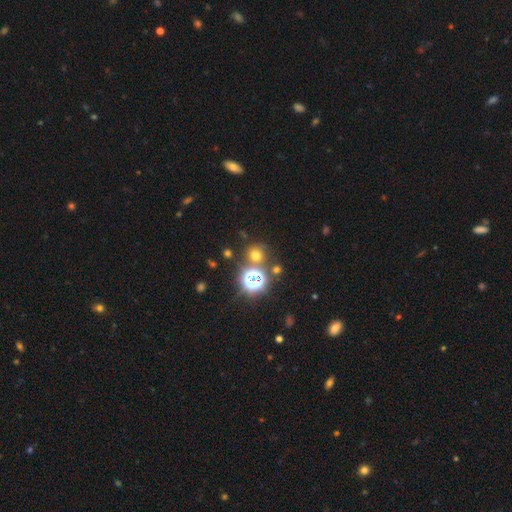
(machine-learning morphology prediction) A smooth galaxy with no disk features (59%) that is round (89%).

Vote fractions:
- Smooth or featured? smooth: 59% / star or artifact: 33% / featured or disk: 8%
- How rounded? round: 89% / in between: 10% / cigar-shaped: 1%
- Merging? none: 77% / merger: 12% / minor disturbance: 8% / major disturbance: 4%